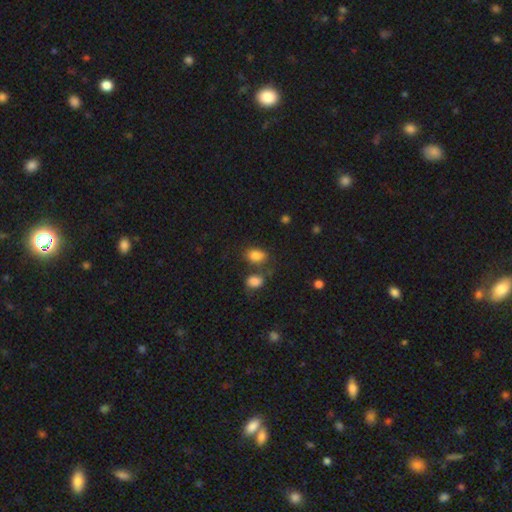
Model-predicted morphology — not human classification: Smooth or featured? Predicted: smooth (p=0.83). How rounded? Predicted: in between (p=0.80). Merging? Predicted: none (p=0.56).